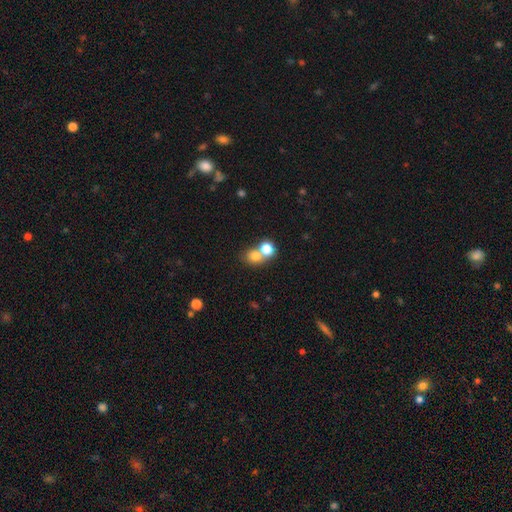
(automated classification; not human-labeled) Smooth or featured? Predicted: smooth (p=0.75). How rounded? Predicted: round (p=0.70). Merging? Predicted: merger (p=0.55).